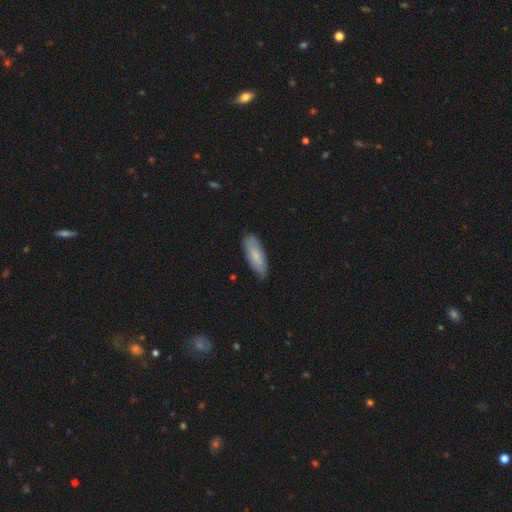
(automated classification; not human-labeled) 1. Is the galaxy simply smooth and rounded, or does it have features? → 72% smooth, 22% featured or disk, 6% star or artifact.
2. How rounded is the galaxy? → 61% in between, 38% cigar-shaped, 2% round.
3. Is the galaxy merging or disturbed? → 77% none, 19% minor disturbance, 3% major disturbance, 1% merger.